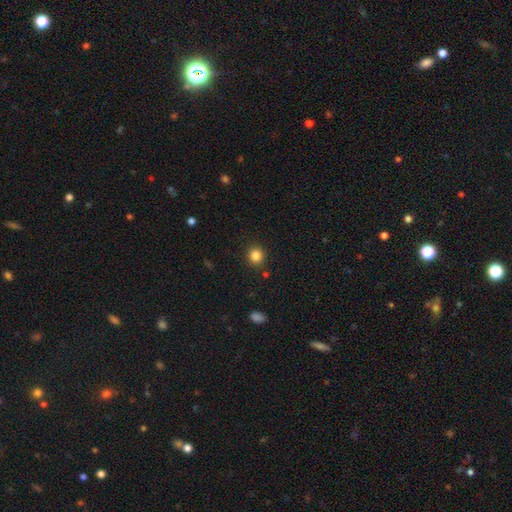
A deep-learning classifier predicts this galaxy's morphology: A smooth galaxy with no disk features (84%) that is round (89%). Merging: none (89%).